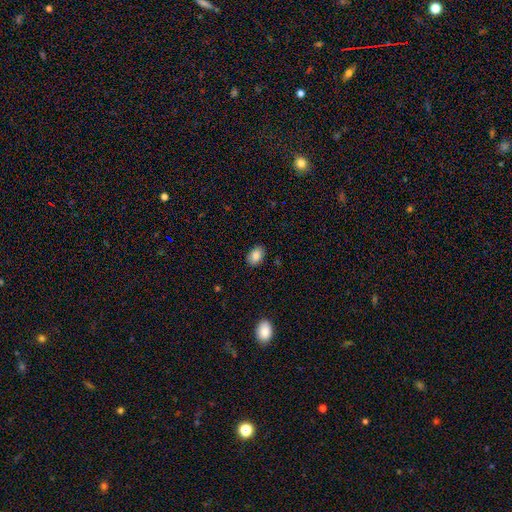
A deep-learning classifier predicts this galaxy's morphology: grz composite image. It shows a smooth galaxy with no disk features (86%) that is in between round and cigar-shaped (82%). Merging: none (87%).